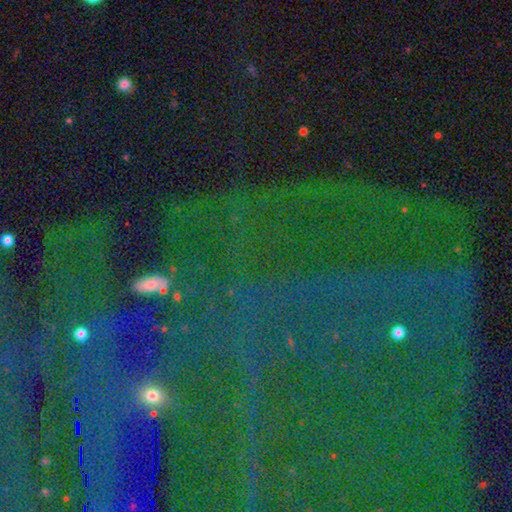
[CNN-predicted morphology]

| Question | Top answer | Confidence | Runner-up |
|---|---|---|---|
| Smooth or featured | star or artifact | 82% | smooth (9%) |